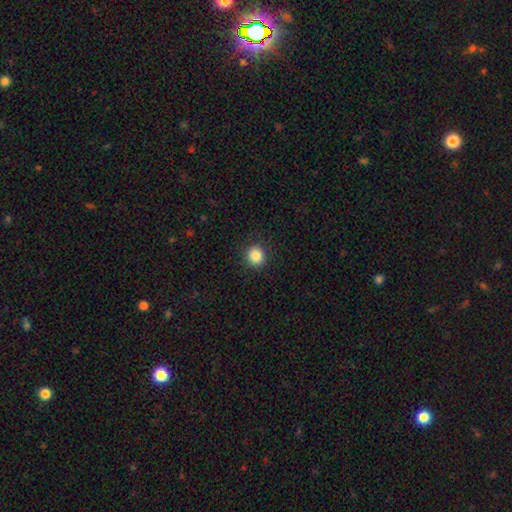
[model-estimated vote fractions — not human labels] Morphology: type=smooth (86%); roundness=round (88%); merging=none (91%).